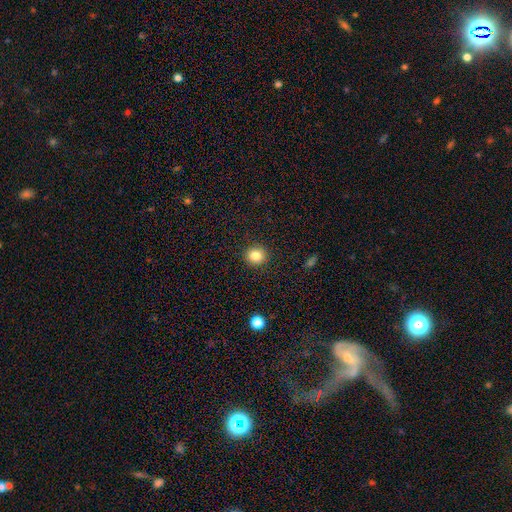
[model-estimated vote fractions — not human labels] Overall: smooth (83%). How rounded: round (89%). Merging: none (92%).